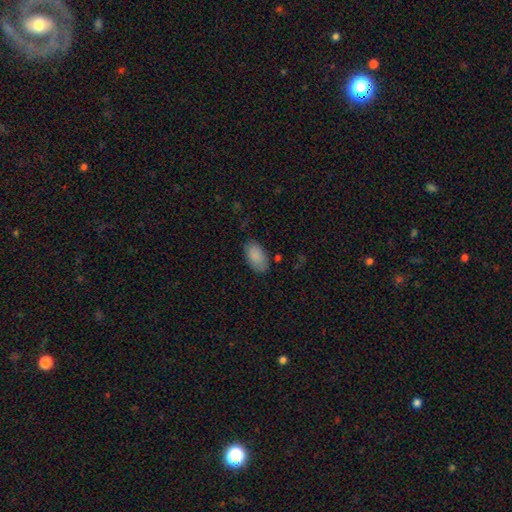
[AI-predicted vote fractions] smooth-or-featured: smooth: 87% | star or artifact: 6% | featured or disk: 6%
  how-rounded: in between: 95% | round: 4% | cigar-shaped: 2%
  merging: none: 79% | minor disturbance: 15% | major disturbance: 4% | merger: 2%